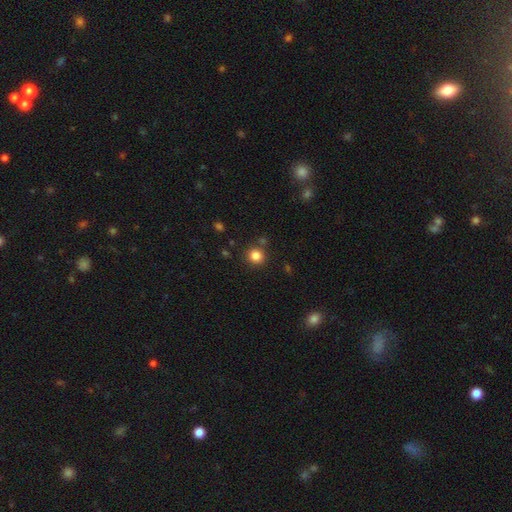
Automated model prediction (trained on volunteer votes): This is clearly a smooth galaxy (84%). How rounded: clearly round (90%). Merging: clearly none (83%).